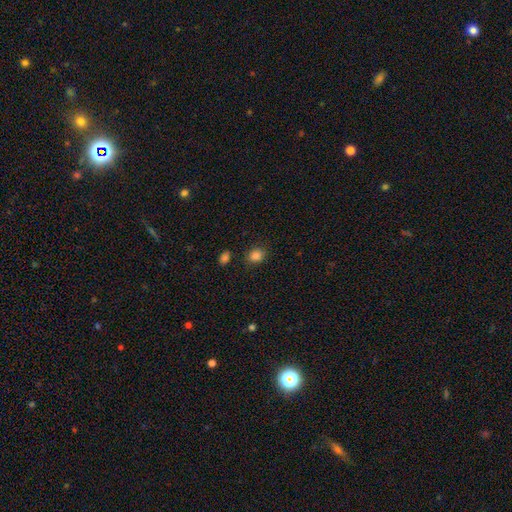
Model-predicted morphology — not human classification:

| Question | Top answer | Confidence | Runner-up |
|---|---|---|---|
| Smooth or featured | smooth | 85% | star or artifact (12%) |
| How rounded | round | 56% | in between (43%) |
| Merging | none | 83% | minor disturbance (11%) |